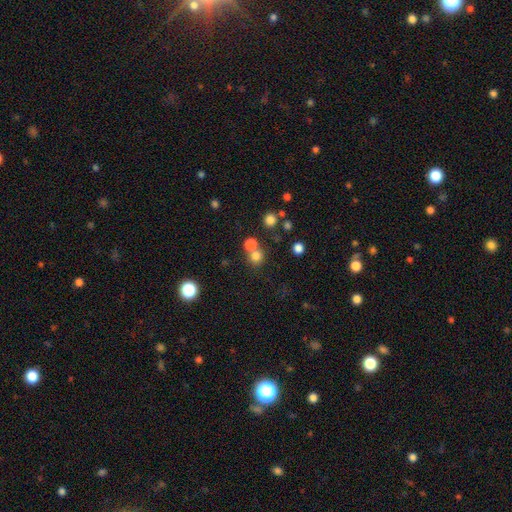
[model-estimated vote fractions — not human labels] The model was most divided on "merging": none: 59%, merger: 32%, minor disturbance: 6%, major disturbance: 3%. More confident: how rounded — round (89%); smooth or featured — smooth (76%).